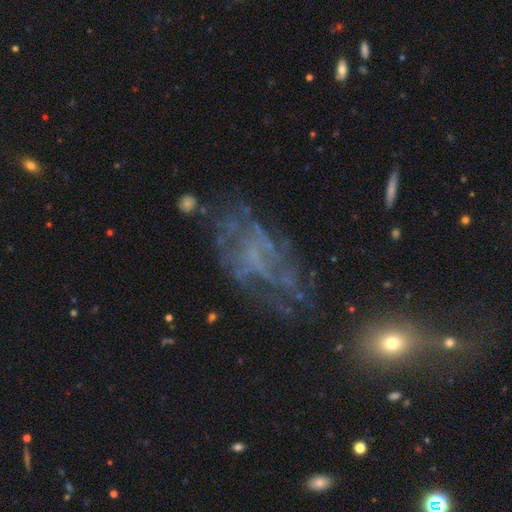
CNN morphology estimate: Q: Smooth or featured?
A: featured or disk (63%); runner-up: star or artifact (19%)
Q: Edge-on disk?
A: no (95%); runner-up: yes (5%)
Q: Bar?
A: no (74%); runner-up: weak (20%)
Q: Spiral arms?
A: yes (51%); runner-up: no (49%)
Q: Bulge size?
A: none (68%); runner-up: small (20%)
Q: Merging?
A: none (52%); runner-up: major disturbance (24%)